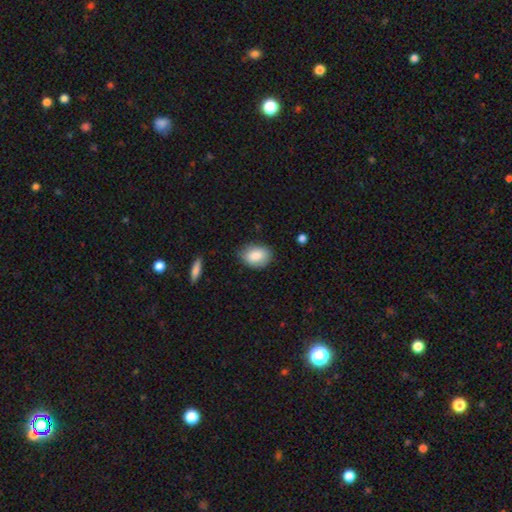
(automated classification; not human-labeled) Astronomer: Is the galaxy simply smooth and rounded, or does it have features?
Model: smooth — 86%.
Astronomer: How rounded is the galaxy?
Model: in between — 79%.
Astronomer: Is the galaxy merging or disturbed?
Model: none — 78%.